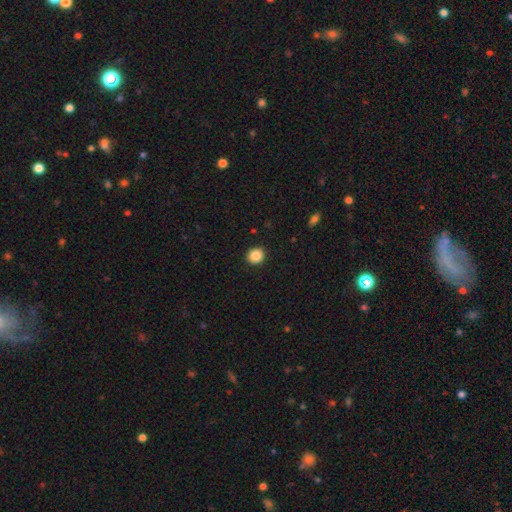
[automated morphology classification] Smooth or featured: smooth — 87% (star or artifact — 10%)
How rounded: round — 87% (in between — 12%)
Merging: none — 92% (minor disturbance — 5%)